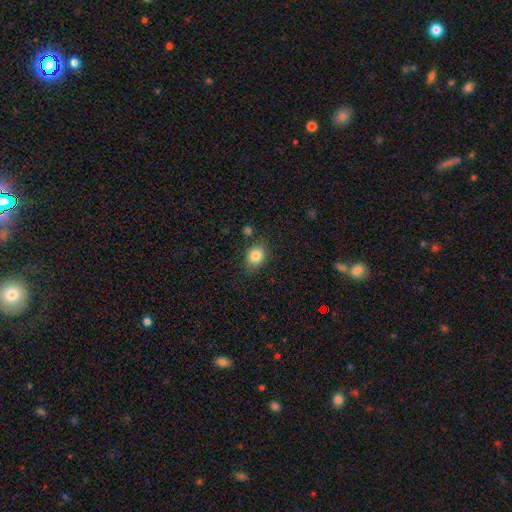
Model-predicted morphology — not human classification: The model was most divided on "how rounded": round: 57%, in between: 42%, cigar-shaped: 1%. More confident: smooth or featured — smooth (82%); merging — none (74%).